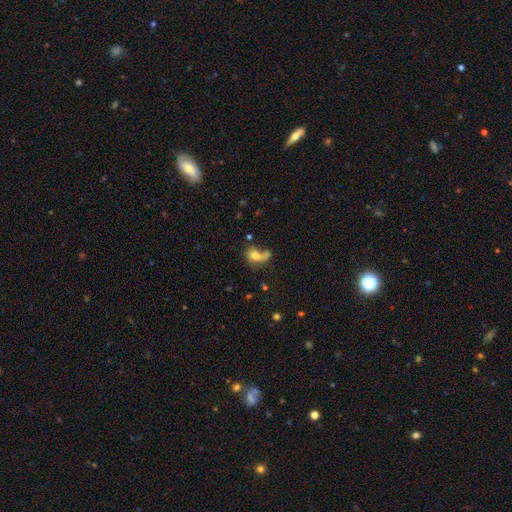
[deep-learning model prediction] Smooth or featured? Predicted: smooth (p=0.69). How rounded? Predicted: in between (p=0.52). Merging? Predicted: none (p=0.31).